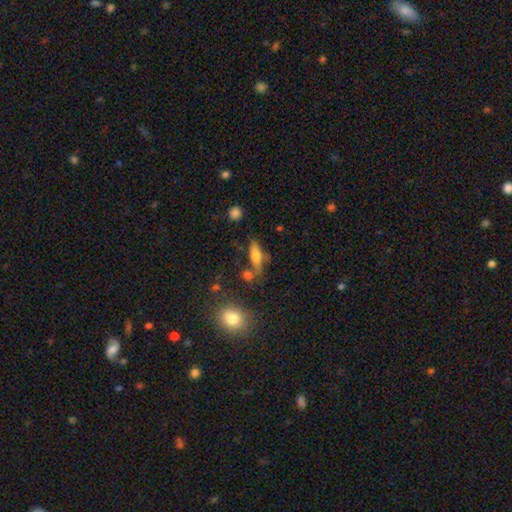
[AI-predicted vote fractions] The model was most divided on "how rounded": in between: 55%, cigar-shaped: 40%, round: 4%. More confident: smooth or featured — smooth (63%); merging — none (60%).